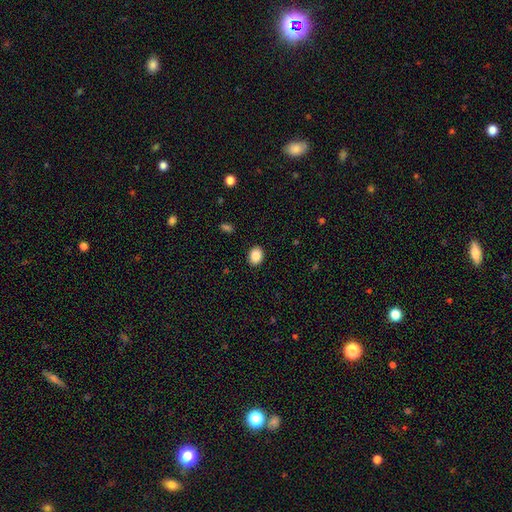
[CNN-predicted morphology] Smooth or featured?
  - smooth: 88% *
  - star or artifact: 8%
  - featured or disk: 4%
How rounded?
  - in between: 61% *
  - round: 38%
  - cigar-shaped: 1%
Merging?
  - none: 90% *
  - minor disturbance: 7%
  - major disturbance: 2%
  - merger: 1%